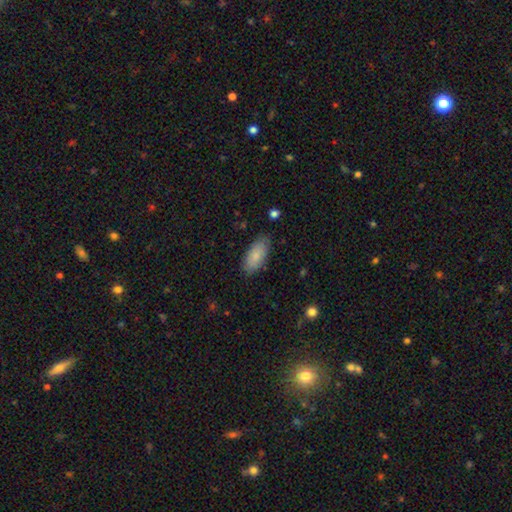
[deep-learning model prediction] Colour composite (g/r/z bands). It shows a smooth galaxy with no disk features (84%) that is in between round and cigar-shaped (89%). Merging: none (82%).